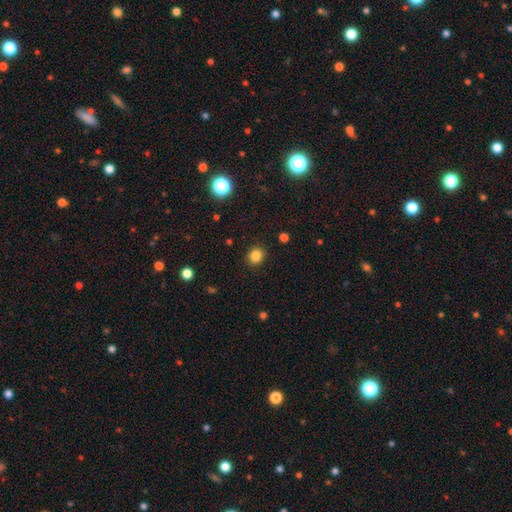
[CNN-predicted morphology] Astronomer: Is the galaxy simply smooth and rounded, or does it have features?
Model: smooth — 84%.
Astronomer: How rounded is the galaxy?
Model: round — 79%.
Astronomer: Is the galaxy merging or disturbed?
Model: none — 90%.